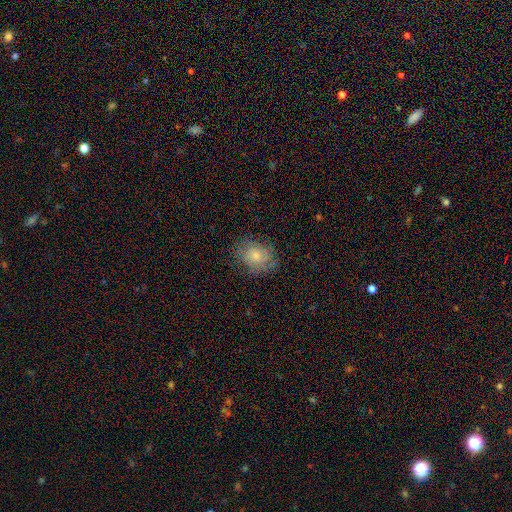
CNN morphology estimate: This appears to be a smooth galaxy with no disk features (54%) that is in between round and cigar-shaped (57%). Merging: none (73%).